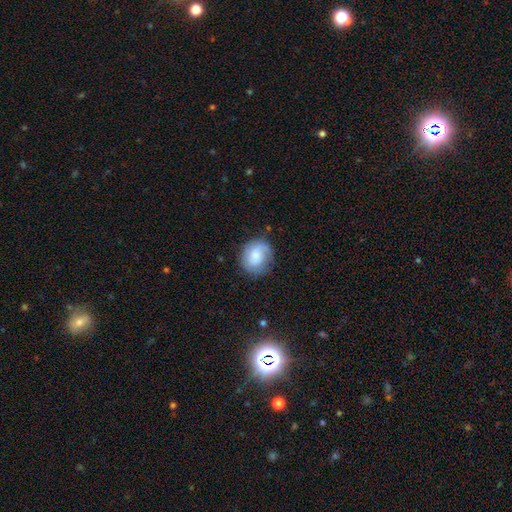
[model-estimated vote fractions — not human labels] Overall: smooth (63%; featured or disk 29%). How rounded: round (69%; in between 30%). Merging: none (71%).